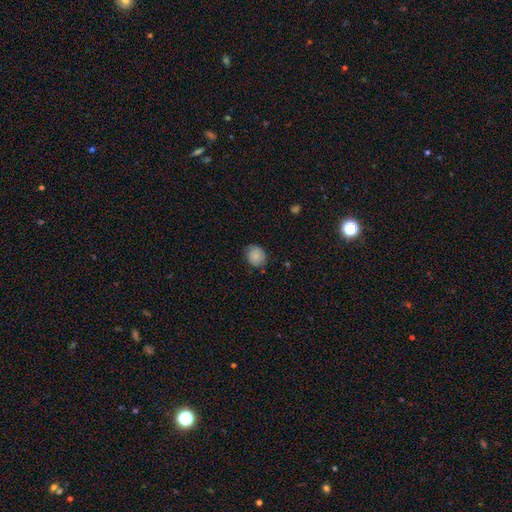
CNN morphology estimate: Overall: smooth (86%). How rounded: round (72%). Merging: none (78%).